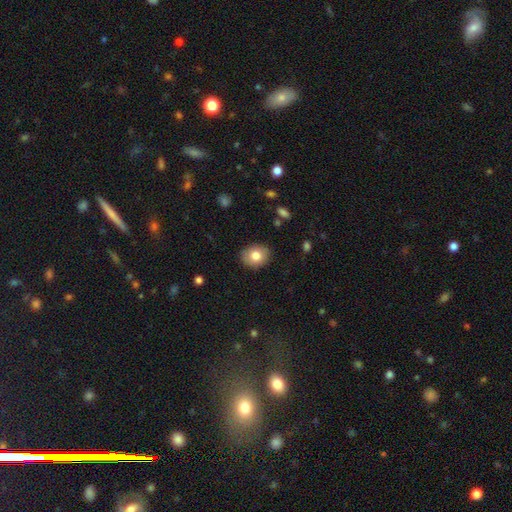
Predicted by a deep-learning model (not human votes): Smooth or featured: smooth — 79% (featured or disk — 13%)
How rounded: in between — 50% (round — 49%)
Merging: none — 88% (minor disturbance — 9%)